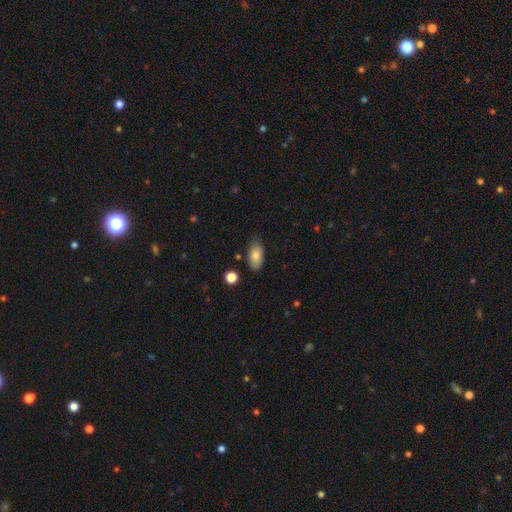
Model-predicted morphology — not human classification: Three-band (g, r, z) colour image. It shows a smooth galaxy with no disk features (83%) that is in between round and cigar-shaped (92%). Merging: none (78%).